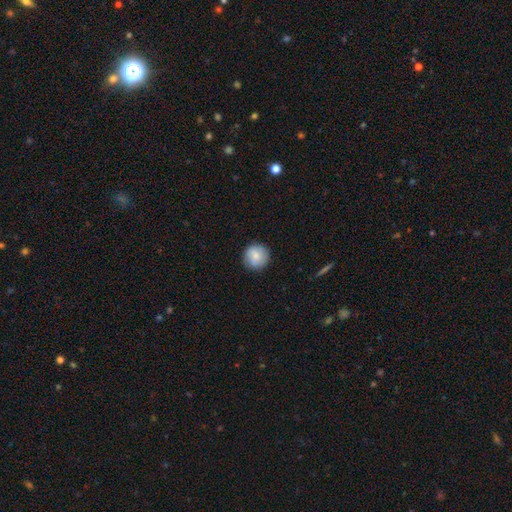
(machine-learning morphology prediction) smooth 79%, featured or disk 14%, star or artifact 7%. Down the decision tree: how rounded — round (95%); merging — none (88%).